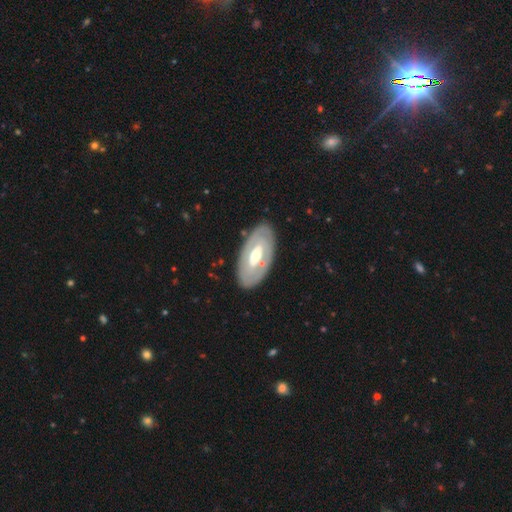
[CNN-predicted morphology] featured or disk 68%, smooth 28%, star or artifact 4%. Down the decision tree: edge-on disk — no (89%); bar — no (45%); spiral arms — no (67%); bulge size — moderate (68%); merging — none (84%).